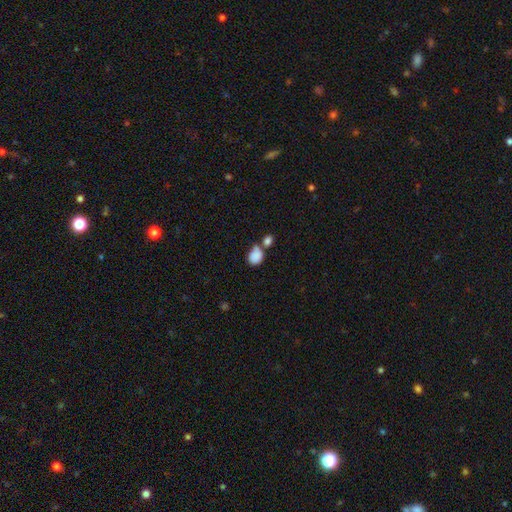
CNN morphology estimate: Q: Smooth or featured?
A: smooth (84%); runner-up: star or artifact (8%)
Q: How rounded?
A: in between (50%); runner-up: round (49%)
Q: Merging?
A: merger (45%); runner-up: none (32%)